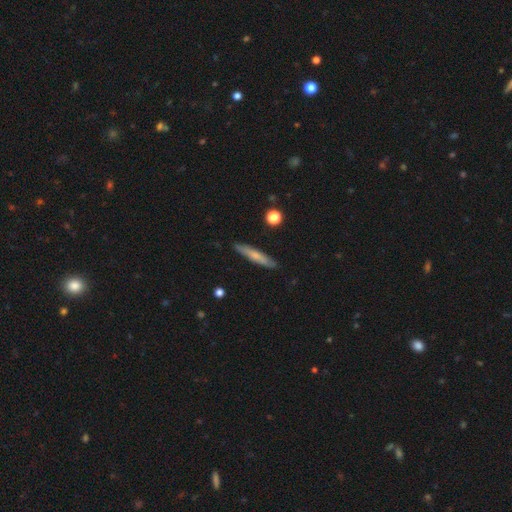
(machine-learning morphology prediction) This appears to be a smooth galaxy with no disk features (62%) that is cigar-shaped (91%). Merging: none (88%).